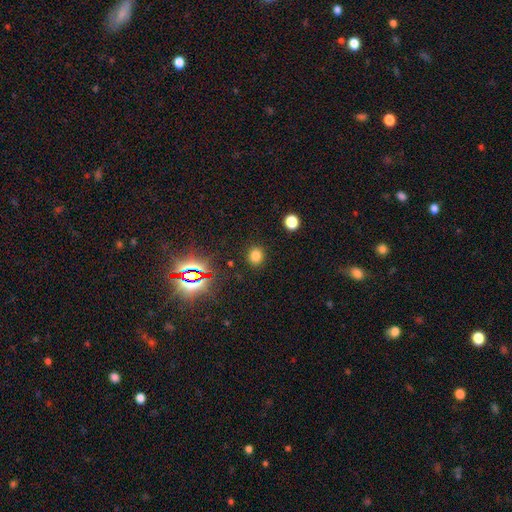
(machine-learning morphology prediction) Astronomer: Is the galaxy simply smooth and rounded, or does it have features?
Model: smooth — 75%.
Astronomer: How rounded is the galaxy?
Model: round — 74%.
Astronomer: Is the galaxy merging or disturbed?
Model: none — 89%.